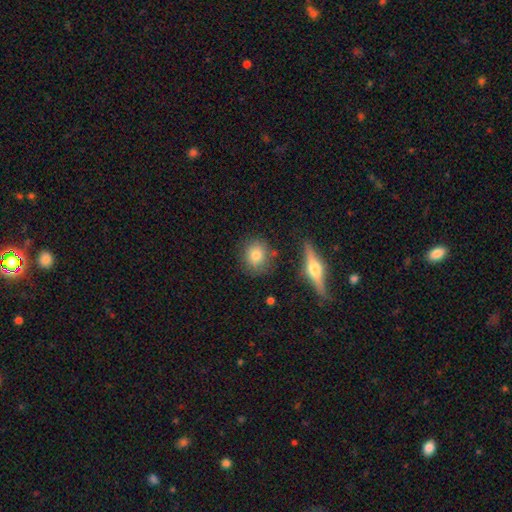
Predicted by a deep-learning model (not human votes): A smooth galaxy with no disk features (77%) that is round (80%). Merging: none (77%).